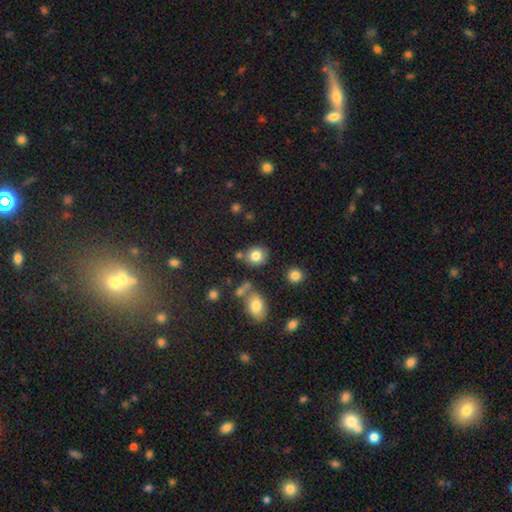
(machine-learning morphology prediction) The model was most divided on "how rounded": round: 77%, in between: 22%, cigar-shaped: 1%. More confident: smooth or featured — smooth (82%); merging — none (74%).